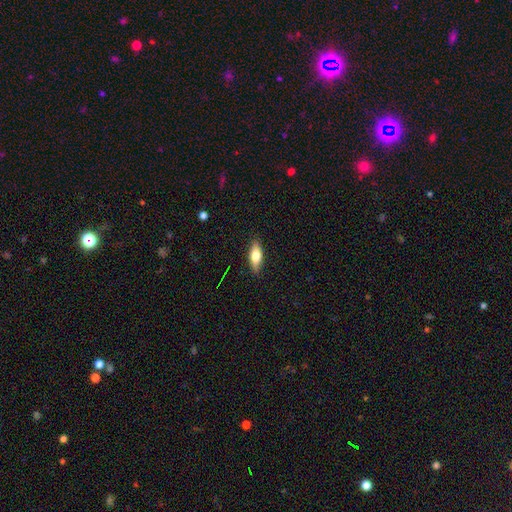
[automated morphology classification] A smooth galaxy with no disk features (69%) that is in between round and cigar-shaped (71%). Merging: none (87%).